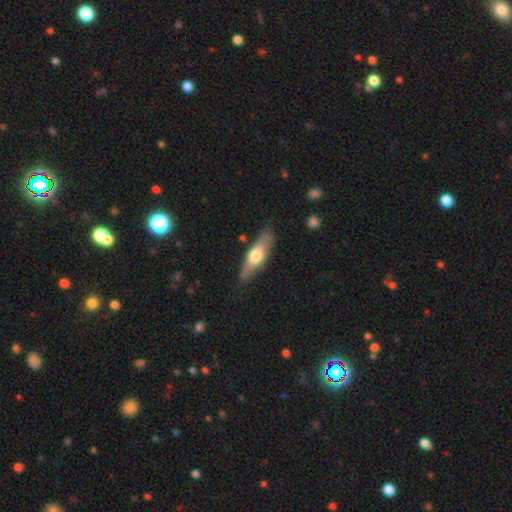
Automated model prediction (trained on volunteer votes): Q: Smooth or featured?
A: smooth (49%); runner-up: featured or disk (45%)
Q: Merging?
A: none (83%); runner-up: minor disturbance (13%)